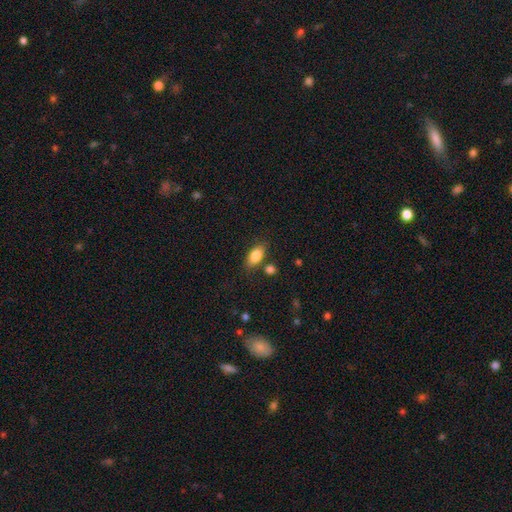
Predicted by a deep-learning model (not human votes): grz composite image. It shows a smooth galaxy with no disk features (84%) that is in between round and cigar-shaped (87%). Merging: none (77%).